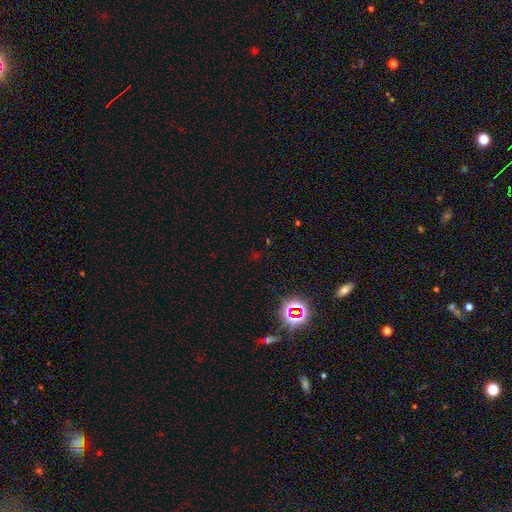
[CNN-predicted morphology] A star or artifact, not a galaxy (71%).

Vote fractions:
- Smooth or featured? star or artifact: 71% / smooth: 22% / featured or disk: 8%